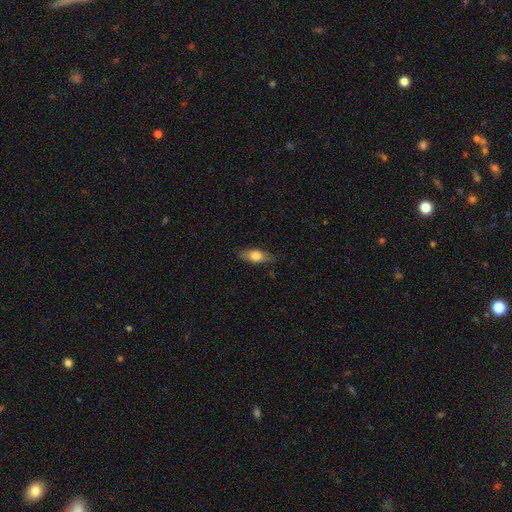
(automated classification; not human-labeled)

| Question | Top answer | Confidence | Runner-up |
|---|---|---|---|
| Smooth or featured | smooth | 69% | featured or disk (24%) |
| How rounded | in between | 74% | cigar-shaped (21%) |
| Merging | none | 82% | minor disturbance (14%) |